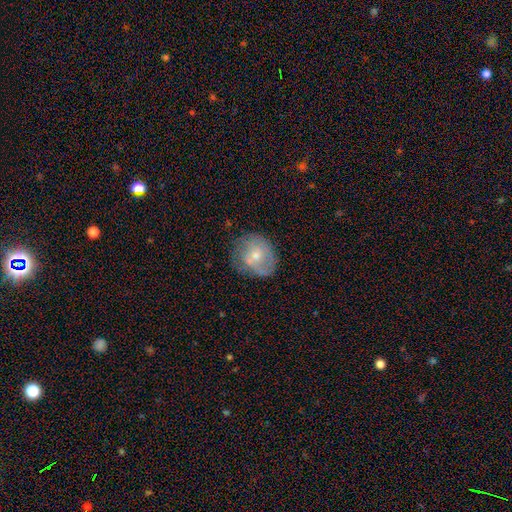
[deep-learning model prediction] smooth_or_featured: featured or disk (p=0.47) [alt: smooth p=0.45]
merging: none (p=0.59) [alt: minor disturbance p=0.25]